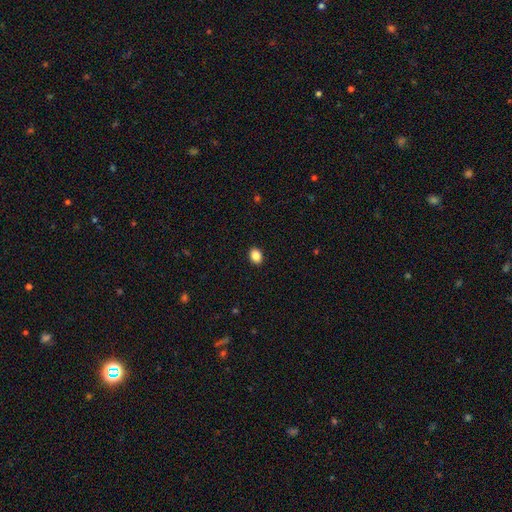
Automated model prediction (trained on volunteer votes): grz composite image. It shows a smooth galaxy with no disk features (87%) that is in between round and cigar-shaped (66%). Merging: none (91%).